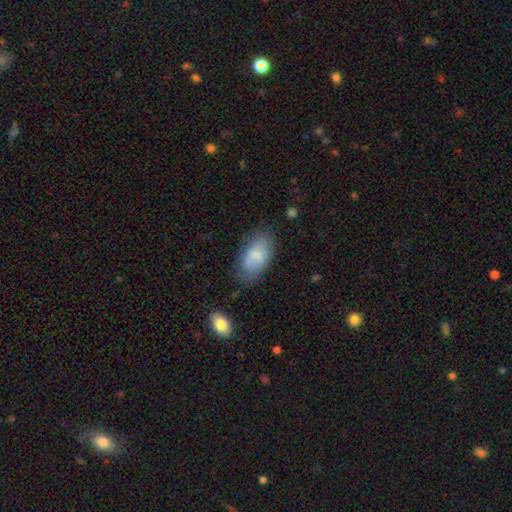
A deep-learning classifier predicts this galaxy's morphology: smooth 77%, featured or disk 16%, star or artifact 7%. Down the decision tree: how rounded — in between (94%); merging — none (68%).